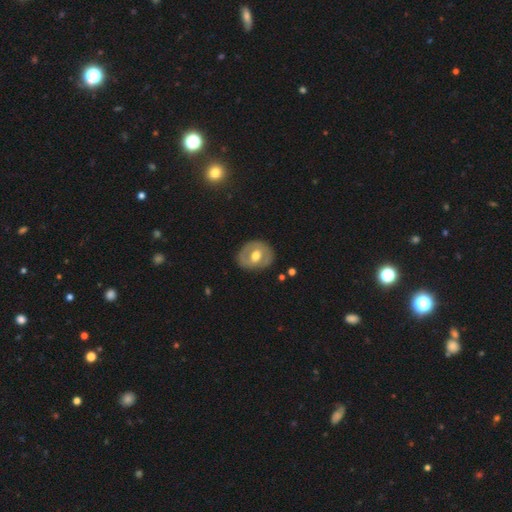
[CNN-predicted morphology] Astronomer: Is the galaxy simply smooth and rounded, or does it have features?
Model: featured or disk — 54% (runner-up: smooth, 40%).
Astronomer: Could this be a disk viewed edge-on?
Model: no — 94%.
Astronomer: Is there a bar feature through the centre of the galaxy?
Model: no — 47% (runner-up: weak, 37%).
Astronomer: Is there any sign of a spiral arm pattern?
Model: no — 73%.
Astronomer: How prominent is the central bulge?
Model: moderate — 73%.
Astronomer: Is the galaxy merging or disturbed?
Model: none — 81%.